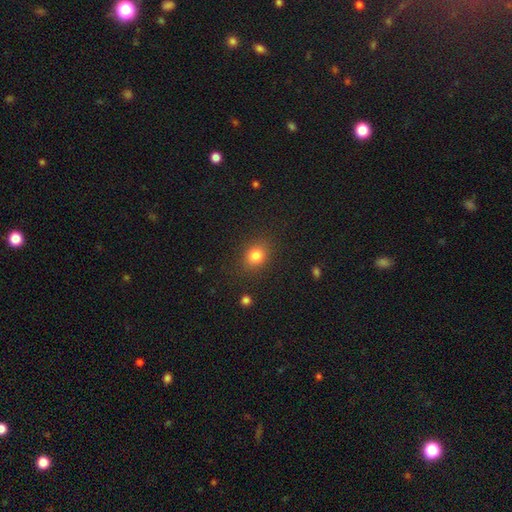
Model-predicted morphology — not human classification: Smooth or featured: smooth — 82% (star or artifact — 12%)
How rounded: round — 62% (in between — 36%)
Merging: none — 85% (minor disturbance — 10%)